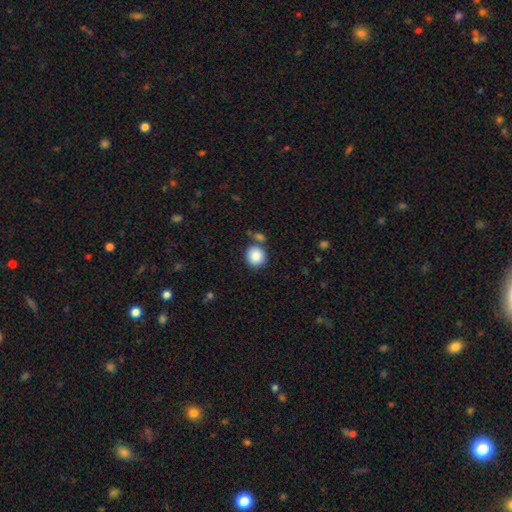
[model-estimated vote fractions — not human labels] Smooth or featured?
  - smooth: 88% *
  - star or artifact: 8%
  - featured or disk: 3%
How rounded?
  - round: 88% *
  - in between: 11%
  - cigar-shaped: 1%
Merging?
  - none: 75% *
  - merger: 11%
  - minor disturbance: 10%
  - major disturbance: 4%